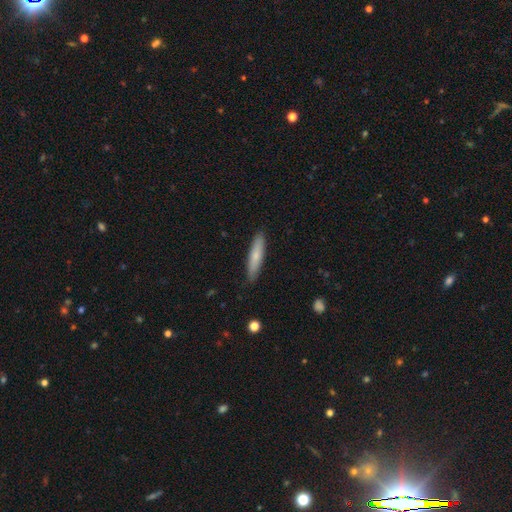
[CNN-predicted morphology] Q: Smooth or featured?
A: smooth (73%); runner-up: featured or disk (21%)
Q: How rounded?
A: cigar-shaped (86%); runner-up: in between (13%)
Q: Merging?
A: none (88%); runner-up: minor disturbance (9%)